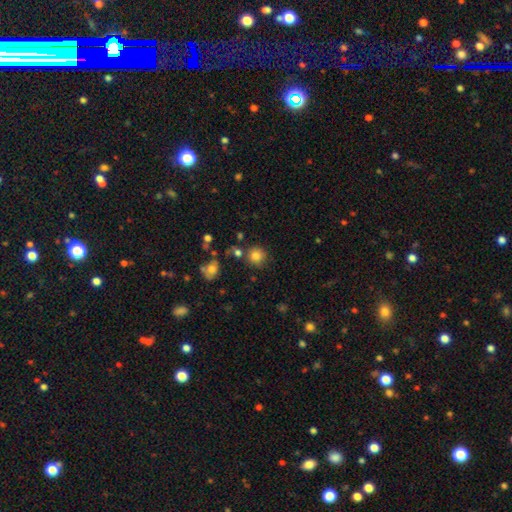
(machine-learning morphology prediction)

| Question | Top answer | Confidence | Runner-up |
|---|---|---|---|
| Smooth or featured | smooth | 82% | star or artifact (11%) |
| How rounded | round | 90% | in between (9%) |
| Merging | none | 78% | minor disturbance (11%) |